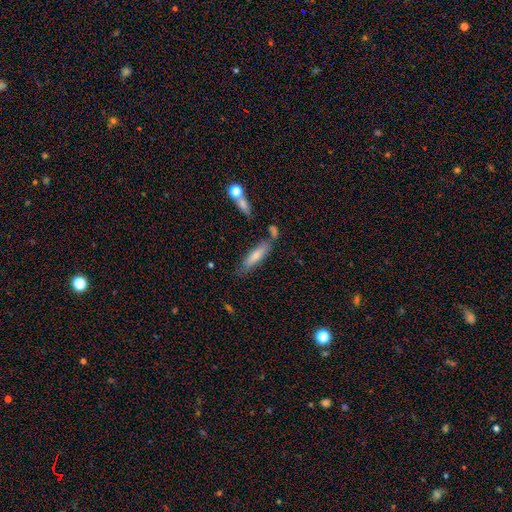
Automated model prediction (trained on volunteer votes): smooth-or-featured: smooth: 72% | featured or disk: 21% | star or artifact: 6%
  how-rounded: cigar-shaped: 67% | in between: 32% | round: 2%
  merging: none: 66% | minor disturbance: 18% | merger: 10% | major disturbance: 5%